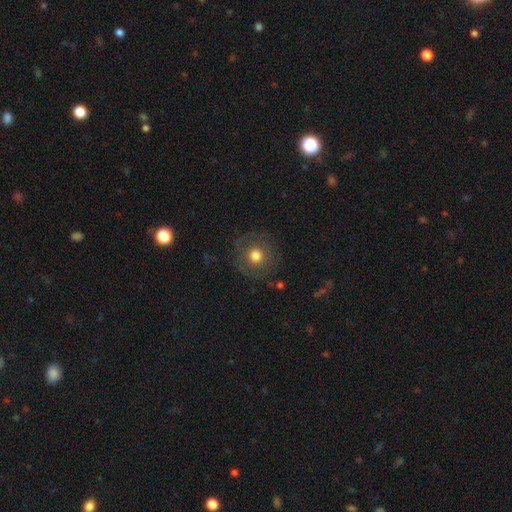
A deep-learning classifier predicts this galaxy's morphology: smooth-or-featured: smooth: 70% | featured or disk: 19% | star or artifact: 11%
  how-rounded: round: 94% | in between: 5% | cigar-shaped: 1%
  merging: none: 84% | minor disturbance: 9% | major disturbance: 5% | merger: 1%